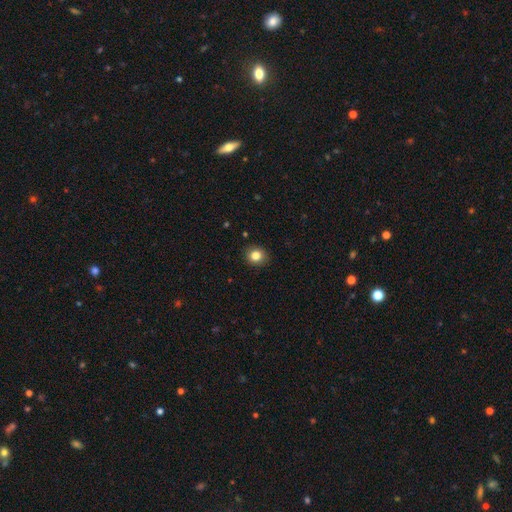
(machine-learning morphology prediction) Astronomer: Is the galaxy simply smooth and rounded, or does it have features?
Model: smooth — 83%.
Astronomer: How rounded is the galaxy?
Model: round — 77%.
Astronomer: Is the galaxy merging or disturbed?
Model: none — 90%.